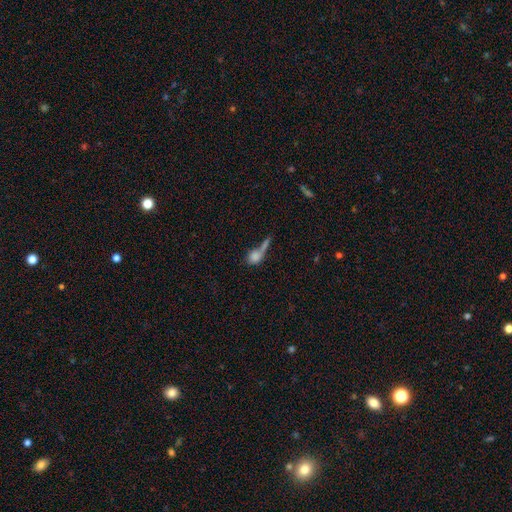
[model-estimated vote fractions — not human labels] Morphology: type=smooth (72%); roundness=in between (49%); merging=merger (43%).